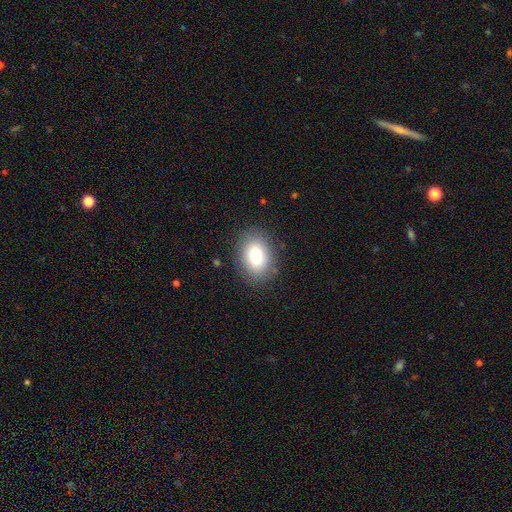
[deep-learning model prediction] Q: Smooth or featured?
A: smooth (85%); runner-up: star or artifact (8%)
Q: How rounded?
A: in between (75%); runner-up: round (24%)
Q: Merging?
A: none (85%); runner-up: minor disturbance (11%)